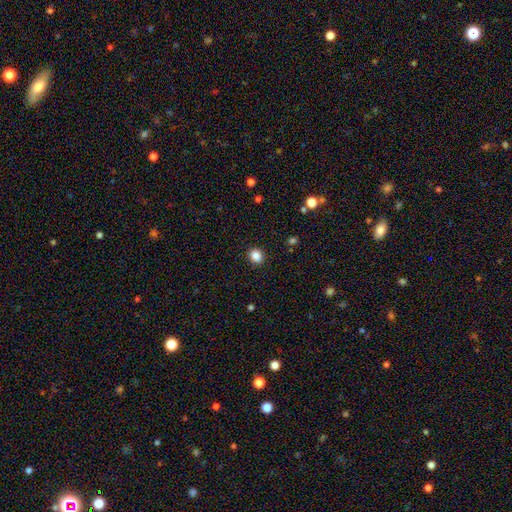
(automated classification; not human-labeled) Smooth or featured? smooth (85%)
How rounded? round (70%)
Merging? none (91%)